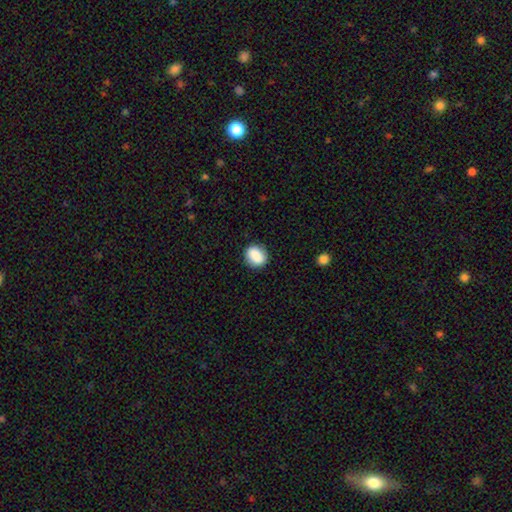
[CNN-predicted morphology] The model was most divided on "how rounded": round: 59%, in between: 40%, cigar-shaped: 1%. More confident: merging — none (86%); smooth or featured — smooth (85%).